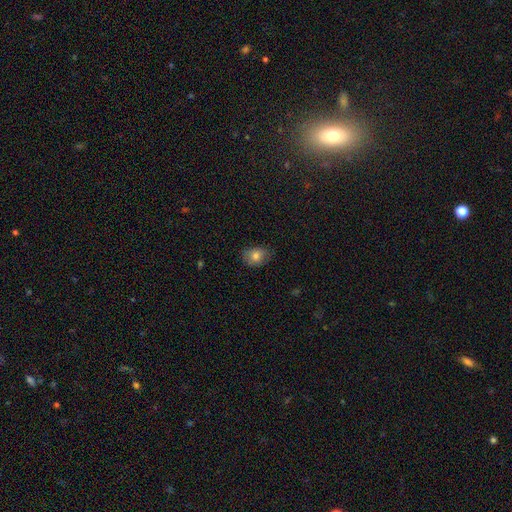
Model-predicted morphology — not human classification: Smooth or featured?
  - smooth: 78% *
  - featured or disk: 13%
  - star or artifact: 9%
How rounded?
  - in between: 63% *
  - round: 36%
  - cigar-shaped: 1%
Merging?
  - none: 74% *
  - minor disturbance: 21%
  - major disturbance: 4%
  - merger: 1%